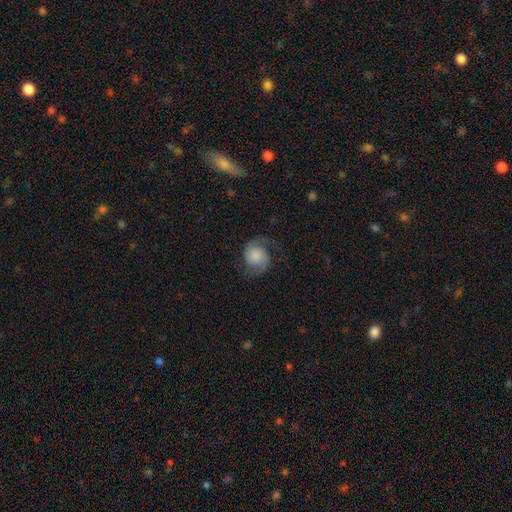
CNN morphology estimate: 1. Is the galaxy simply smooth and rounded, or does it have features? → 71% featured or disk, 21% smooth, 8% star or artifact.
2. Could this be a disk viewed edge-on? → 98% no, 2% yes.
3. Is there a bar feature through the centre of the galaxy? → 74% no, 22% weak, 4% strong.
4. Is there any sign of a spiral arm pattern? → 96% yes, 4% no.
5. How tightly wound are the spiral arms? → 44% medium, 40% loose, 16% tight.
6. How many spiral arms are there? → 92% 2, 3% 1, 2% can't tell, 1% 3, 1% 4, 1% more than 4.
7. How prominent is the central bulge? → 29% none, 23% large, 18% moderate, 18% small, 12% dominant.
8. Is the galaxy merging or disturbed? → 73% none, 15% minor disturbance, 11% major disturbance, 1% merger.